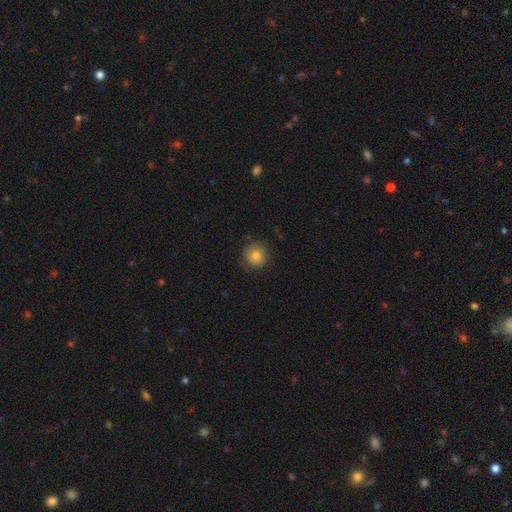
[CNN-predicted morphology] smooth_or_featured: smooth (p=0.81) [alt: star or artifact p=0.10]
how_rounded: round (p=0.93) [alt: in between p=0.06]
merging: none (p=0.83) [alt: minor disturbance p=0.13]